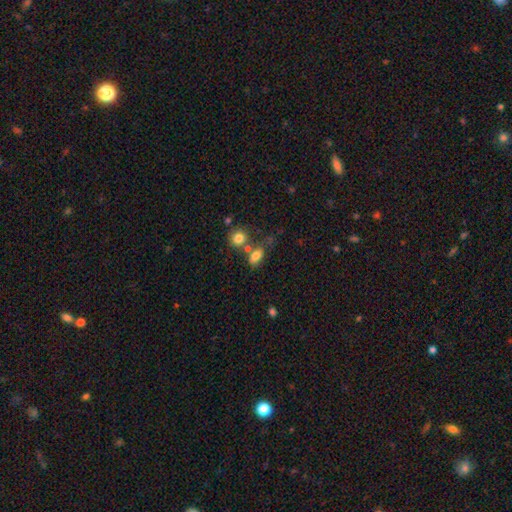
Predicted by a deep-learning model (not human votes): The model was most divided on "merging": none: 49%, merger: 27%, minor disturbance: 16%, major disturbance: 8%. More confident: how rounded — in between (81%); smooth or featured — smooth (79%).